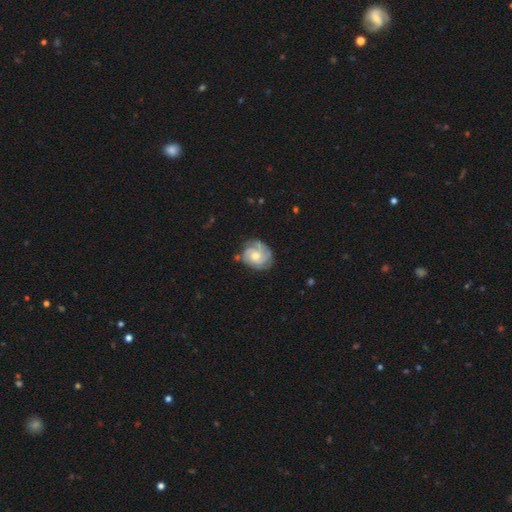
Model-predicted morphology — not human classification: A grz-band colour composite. It shows a featured or disk galaxy (83%) with no bar (74%), 3 (43%) tight (66%) spiral arms (96%) and a moderate central bulge (65%). Merging: none (73%).